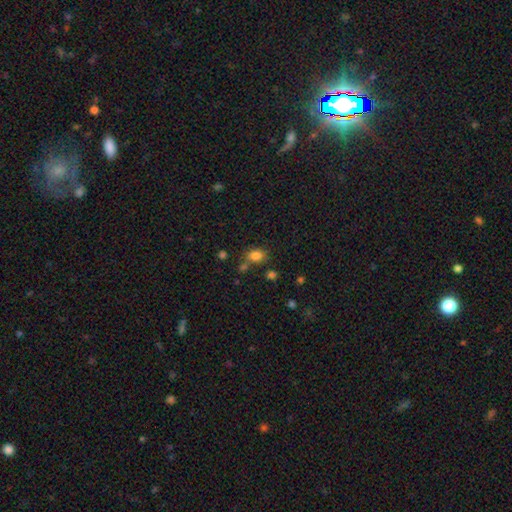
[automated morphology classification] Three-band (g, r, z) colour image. It shows a smooth galaxy with no disk features (81%) that is in between round and cigar-shaped (78%). Merging: none (66%).